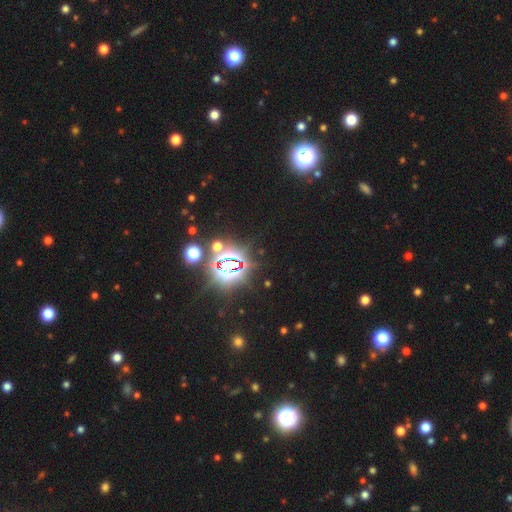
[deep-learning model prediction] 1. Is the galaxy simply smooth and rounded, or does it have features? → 82% star or artifact, 12% smooth, 6% featured or disk.